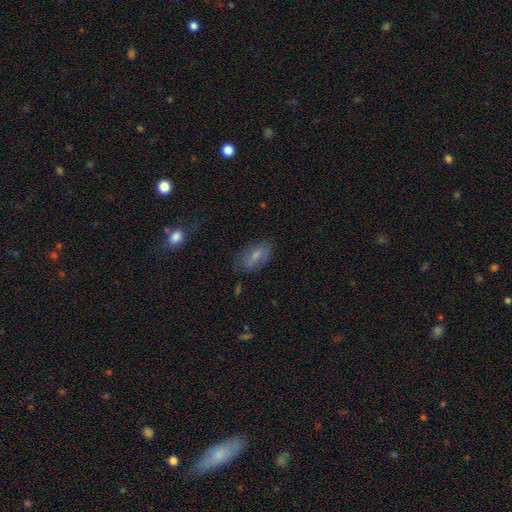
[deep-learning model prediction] A smooth galaxy with no disk features (67%) that is in between round and cigar-shaped (87%). Merging: none (72%).